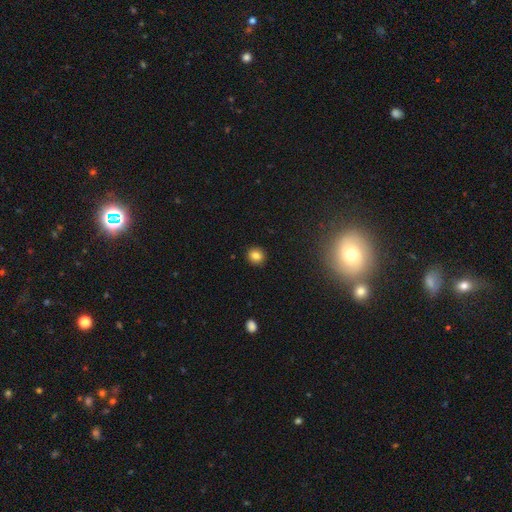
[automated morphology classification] Overall: smooth (83%). How rounded: round (83%). Merging: none (91%).